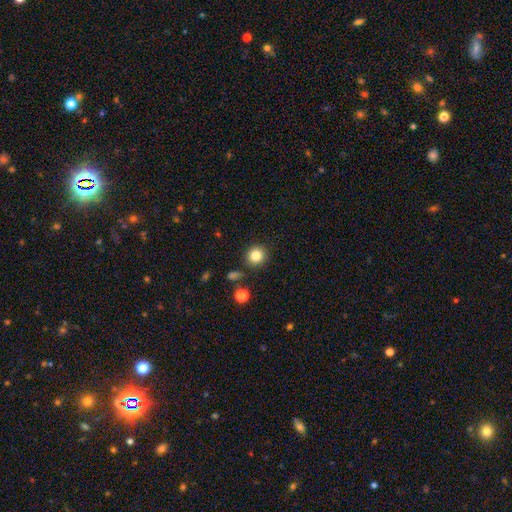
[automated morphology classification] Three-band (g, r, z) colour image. It shows a smooth galaxy with no disk features (83%) that is round (91%). Merging: none (87%).